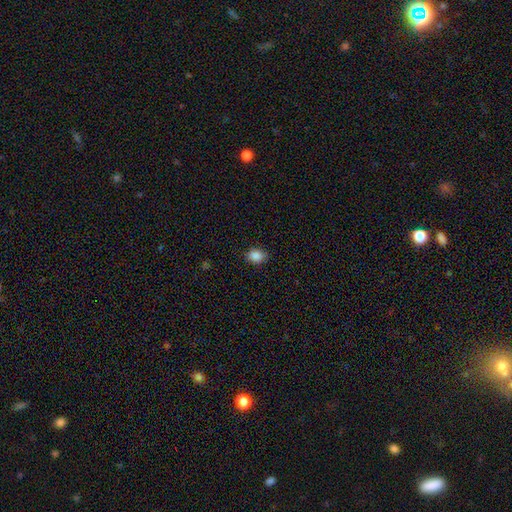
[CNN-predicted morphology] Overall: smooth (87%). How rounded: in between (57%; round 42%). Merging: none (84%).